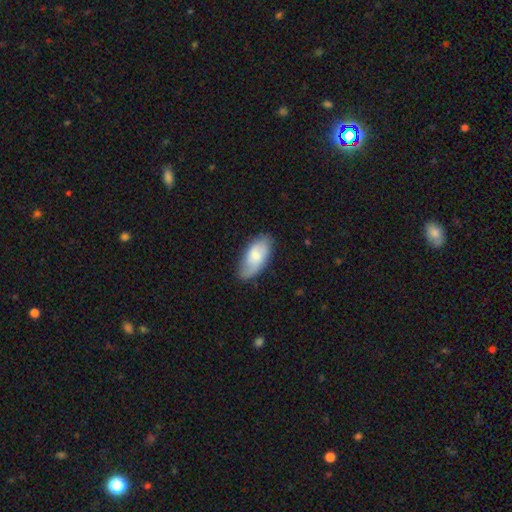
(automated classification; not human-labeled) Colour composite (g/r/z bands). It shows a smooth galaxy with no disk features (68%) that is in between round and cigar-shaped (92%). Merging: none (75%).